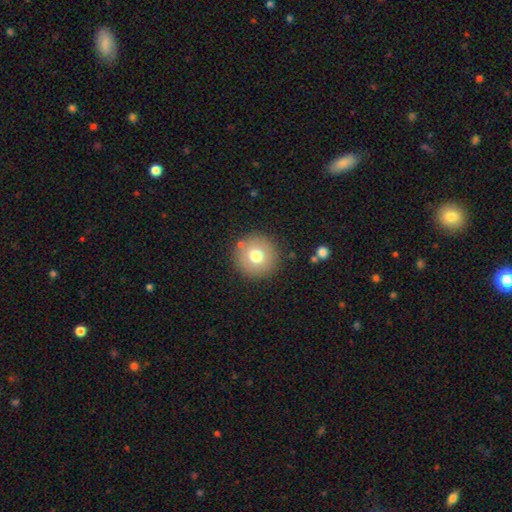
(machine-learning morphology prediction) Smooth or featured?
  - smooth: 72% *
  - featured or disk: 16%
  - star or artifact: 12%
How rounded?
  - round: 95% *
  - in between: 4%
  - cigar-shaped: 1%
Merging?
  - none: 87% *
  - minor disturbance: 7%
  - merger: 3%
  - major disturbance: 3%